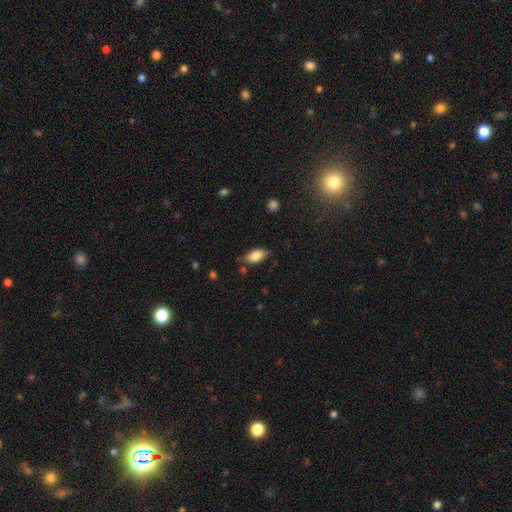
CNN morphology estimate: Smooth or featured?
  - smooth: 83% *
  - featured or disk: 10%
  - star or artifact: 7%
How rounded?
  - in between: 91% *
  - cigar-shaped: 6%
  - round: 3%
Merging?
  - none: 71% *
  - minor disturbance: 22%
  - major disturbance: 4%
  - merger: 3%